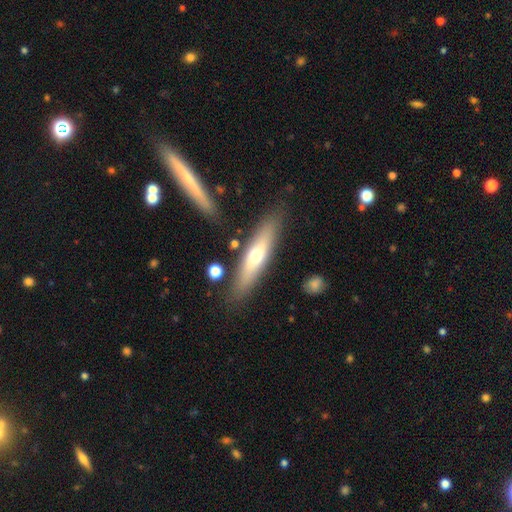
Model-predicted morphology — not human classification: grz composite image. It shows a smooth galaxy with no disk features (51%) that is cigar-shaped (77%). Merging: none (84%).